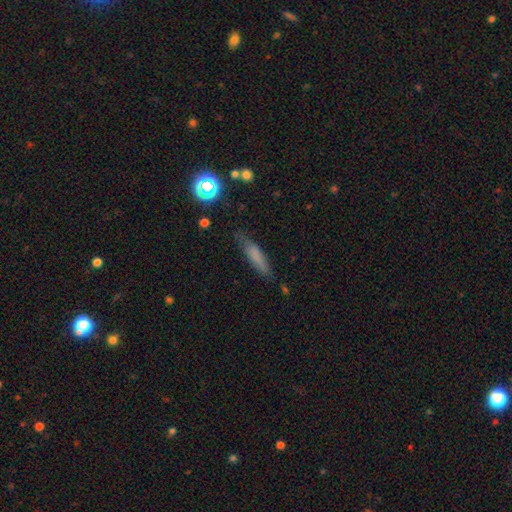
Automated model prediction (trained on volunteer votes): Smooth or featured? smooth (70%)
How rounded? cigar-shaped (79%)
Merging? none (72%)